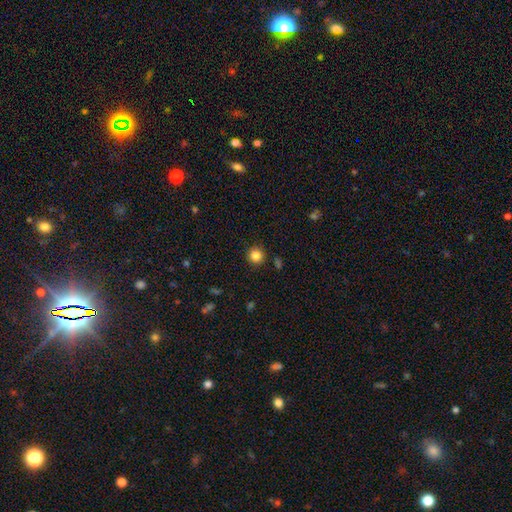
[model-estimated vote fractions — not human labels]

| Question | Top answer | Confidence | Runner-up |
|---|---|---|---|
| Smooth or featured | smooth | 85% | star or artifact (11%) |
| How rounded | round | 94% | in between (5%) |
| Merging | none | 90% | minor disturbance (6%) |